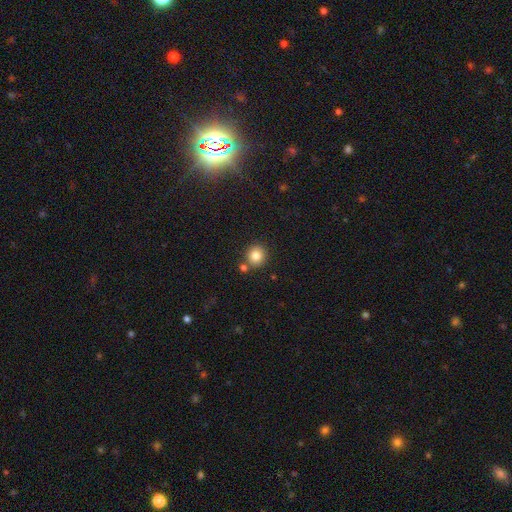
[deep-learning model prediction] A smooth galaxy with no disk features (82%) that is round (89%).

Vote fractions:
- Smooth or featured? smooth: 82% / star or artifact: 11% / featured or disk: 7%
- How rounded? round: 89% / in between: 10% / cigar-shaped: 1%
- Merging? none: 79% / merger: 11% / minor disturbance: 8% / major disturbance: 2%